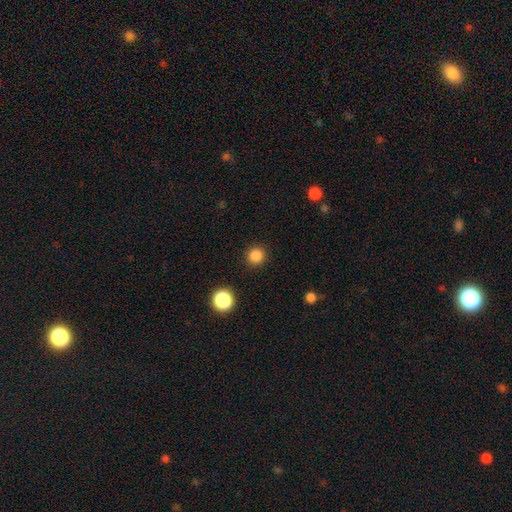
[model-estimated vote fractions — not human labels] Overall: smooth (84%). How rounded: round (95%). Merging: none (91%).